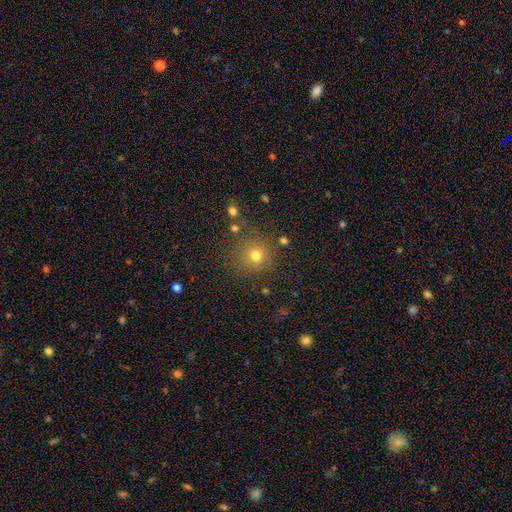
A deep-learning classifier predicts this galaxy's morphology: The model was most divided on "smooth or featured": smooth: 74%, star or artifact: 19%, featured or disk: 8%. More confident: how rounded — round (93%); merging — none (81%).